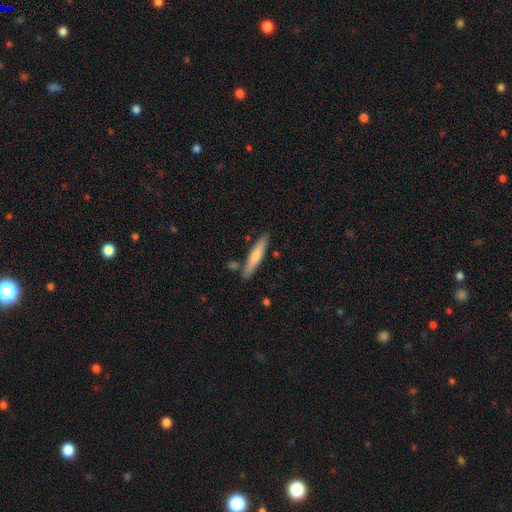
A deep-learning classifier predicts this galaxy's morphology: Overall: smooth (63%; featured or disk 32%). How rounded: cigar-shaped (88%). Merging: none (81%).